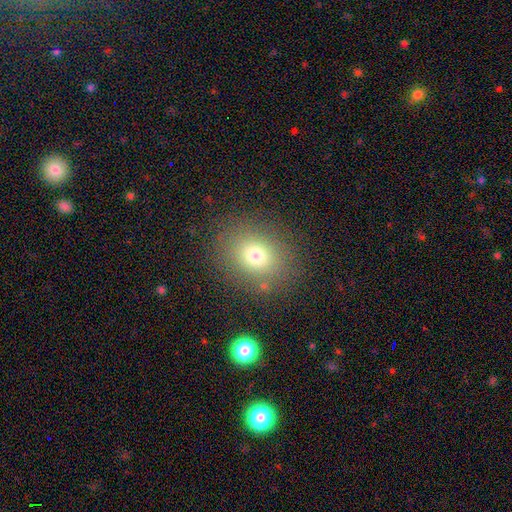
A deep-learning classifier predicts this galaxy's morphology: smooth 73%, star or artifact 15%, featured or disk 11%. Down the decision tree: how rounded — round (60%); merging — none (84%).